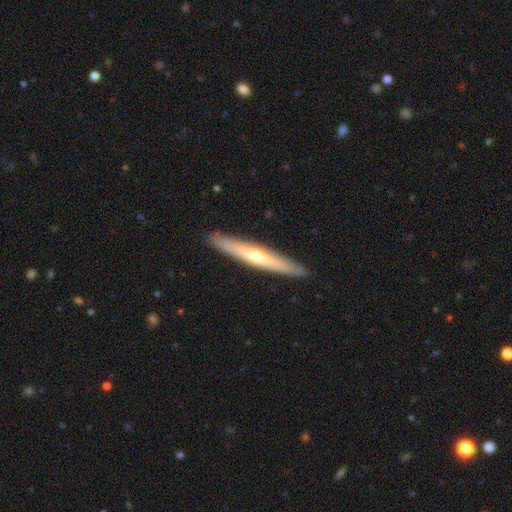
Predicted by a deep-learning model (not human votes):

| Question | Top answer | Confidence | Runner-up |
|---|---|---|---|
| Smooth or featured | featured or disk | 58% | smooth (36%) |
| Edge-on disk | yes | 94% | no (6%) |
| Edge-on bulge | rounded | 76% | none (21%) |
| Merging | none | 91% | minor disturbance (6%) |